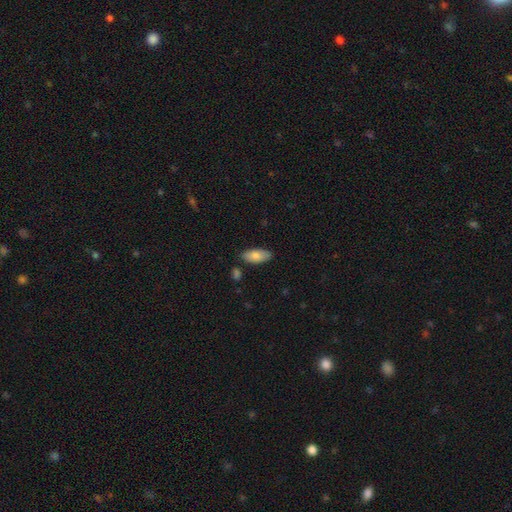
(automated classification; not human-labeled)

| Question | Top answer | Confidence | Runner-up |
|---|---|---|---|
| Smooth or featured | smooth | 81% | featured or disk (13%) |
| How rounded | in between | 89% | cigar-shaped (9%) |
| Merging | none | 83% | minor disturbance (12%) |